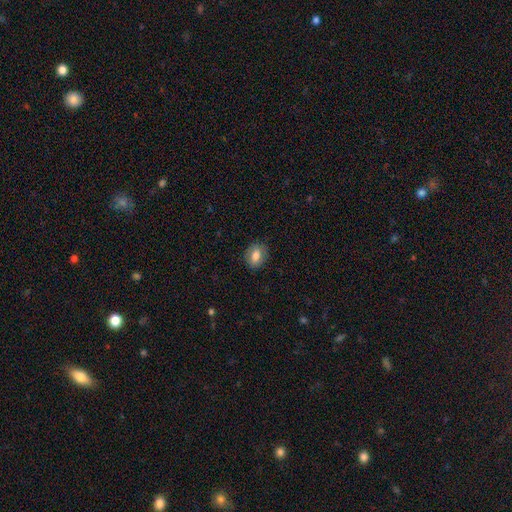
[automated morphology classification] This appears to be a smooth galaxy with no disk features (80%) that is in between round and cigar-shaped (64%). Merging: none (85%).